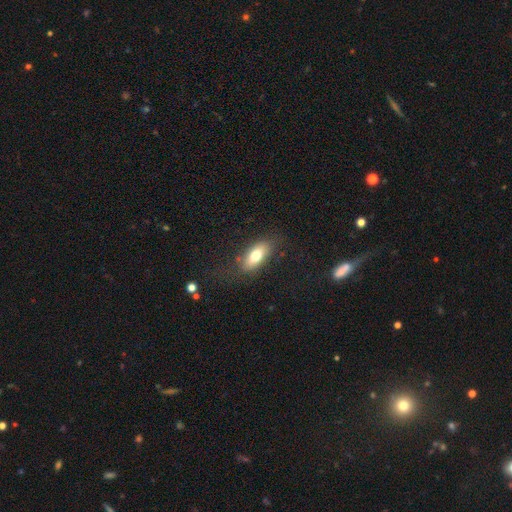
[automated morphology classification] A smooth galaxy with no disk features (74%) that is in between round and cigar-shaped (82%). Merging: none (76%).